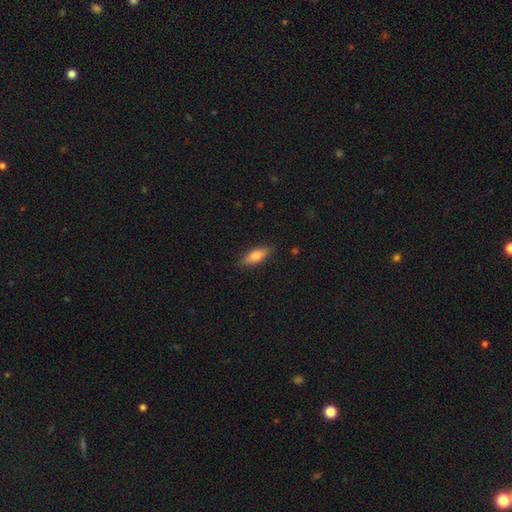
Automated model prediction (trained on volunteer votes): smooth_or_featured: smooth (p=0.63) [alt: featured or disk p=0.30]
how_rounded: in between (p=0.58) [alt: cigar-shaped p=0.39]
merging: none (p=0.84) [alt: minor disturbance p=0.12]